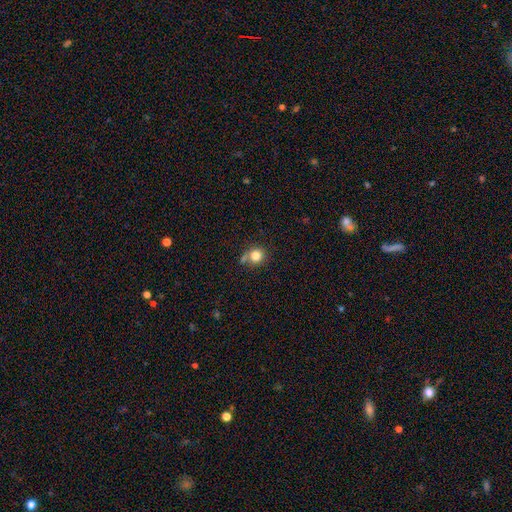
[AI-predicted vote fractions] A smooth galaxy with no disk features (81%) that is round (88%). Merging: none (65%).